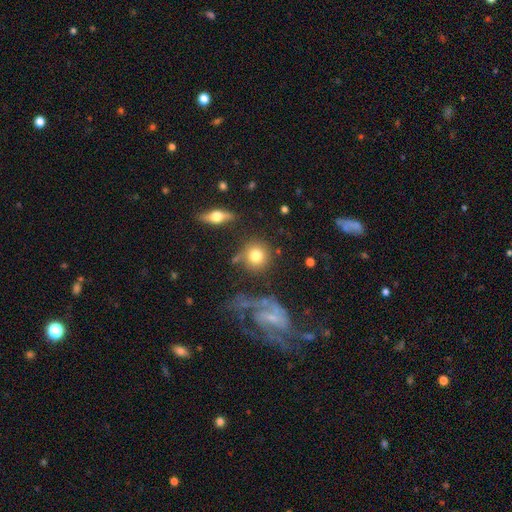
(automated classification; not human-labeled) Smooth or featured? smooth (74%)
How rounded? round (90%)
Merging? none (67%)